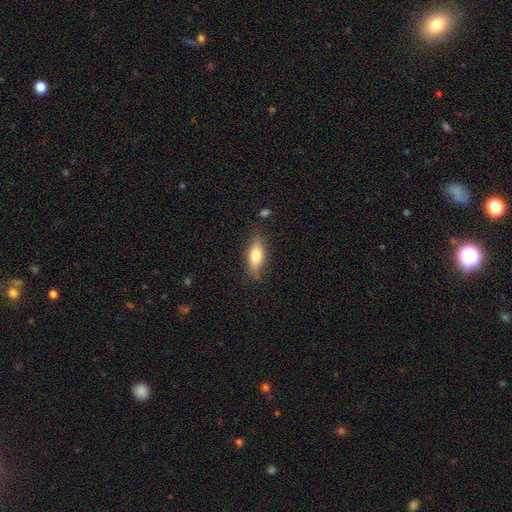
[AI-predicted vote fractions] This is likely a smooth galaxy (69%). How rounded: likely in between (70%). Merging: likely none (80%).